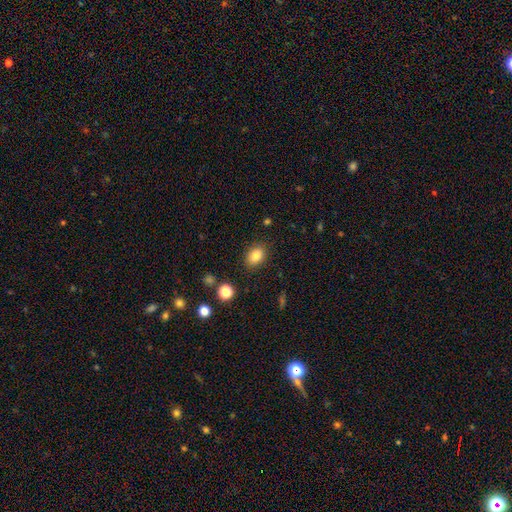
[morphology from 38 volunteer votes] Smooth or featured?
  - smooth: 89% *
  - featured or disk: 8%
  - star or artifact: 3%
How rounded?
  - in between: 65% *
  - round: 32%
  - cigar-shaped: 3%
Merging?
  - none: 92% *
  - minor disturbance: 5%
  - major disturbance: 3%
  - merger: 0%